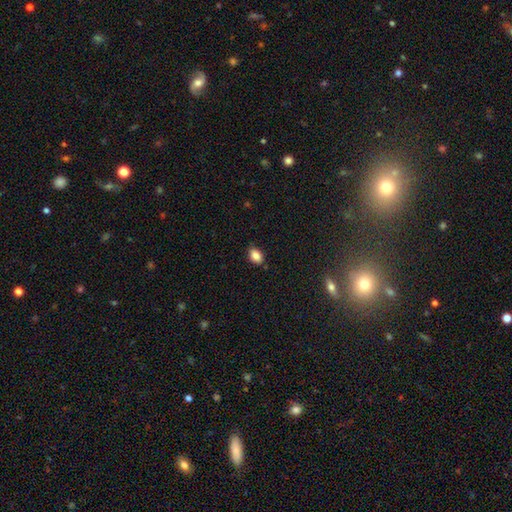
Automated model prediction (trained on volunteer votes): Smooth or featured? Predicted: smooth (p=0.85). How rounded? Predicted: in between (p=0.80). Merging? Predicted: none (p=0.83).